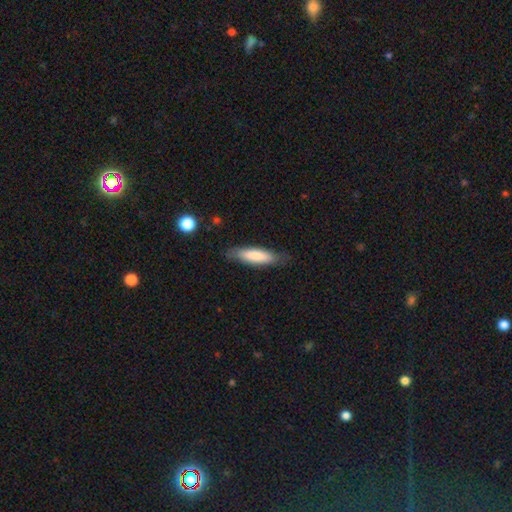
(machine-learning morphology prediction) type=smooth (79%); roundness=cigar-shaped (68%); merging=none (80%).